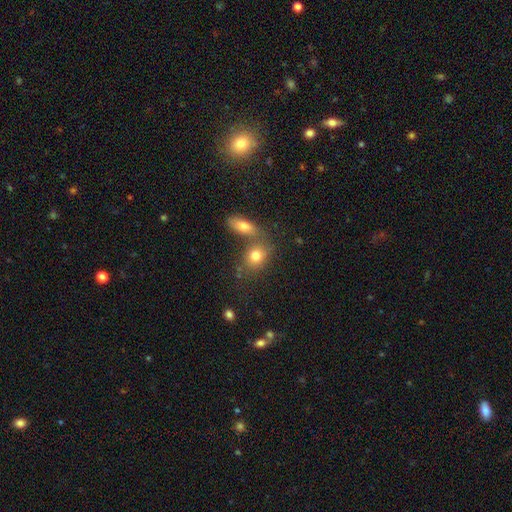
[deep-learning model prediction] This is likely a smooth galaxy (78%). How rounded: possibly in between (50%). Merging: possibly none (51%).